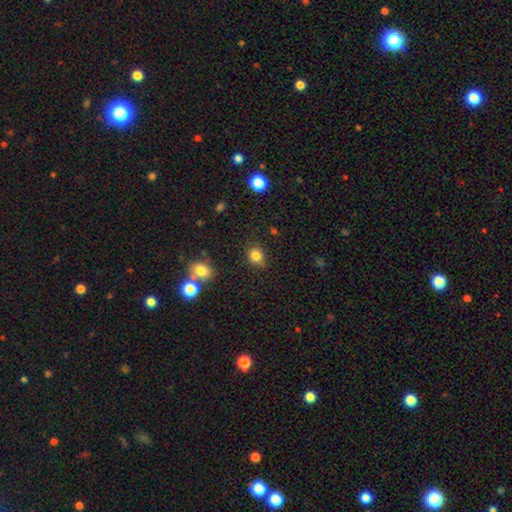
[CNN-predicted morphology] smooth 82%, star or artifact 12%, featured or disk 5%. Down the decision tree: how rounded — round (76%); merging — none (74%).